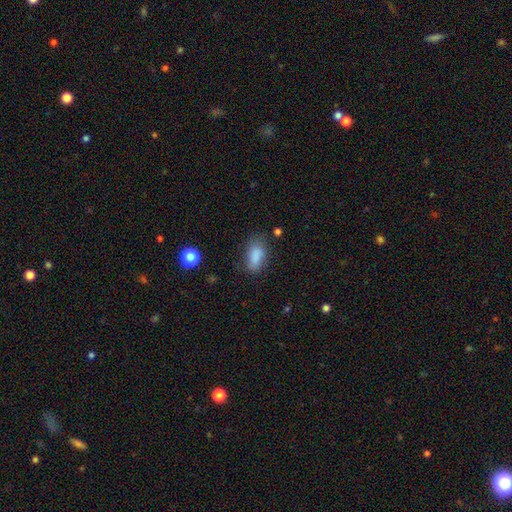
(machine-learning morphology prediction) Smooth or featured? smooth (85%)
How rounded? in between (89%)
Merging? none (66%)